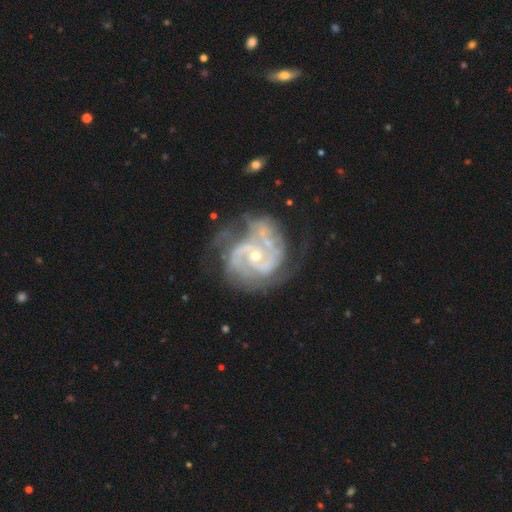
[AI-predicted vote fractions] This is clearly a featured or disk galaxy (89%). It is clearly not viewed edge-on (98%). Bar: likely no (65%). Spiral arm pattern: clearly yes (95%). Spiral arm count: possibly 2 (50%). Spiral winding: marginally tight (45%). Central bulge: possibly small (59%). Merging: possibly none (48%).